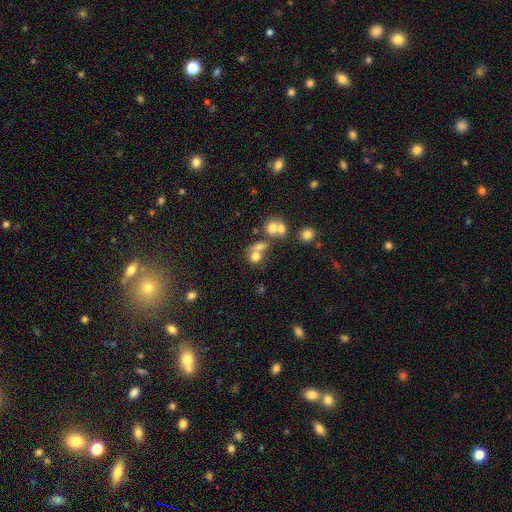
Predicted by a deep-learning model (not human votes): This is likely a smooth galaxy (67%). How rounded: likely round (74%). Merging: possibly merger (46%).